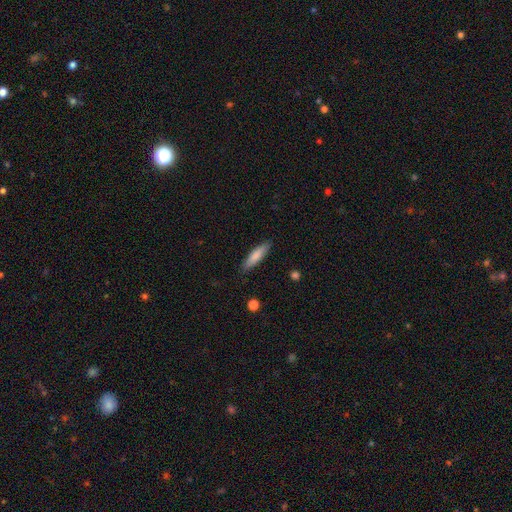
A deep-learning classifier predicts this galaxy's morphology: A smooth galaxy with no disk features (80%) that is cigar-shaped (74%). Merging: none (87%).